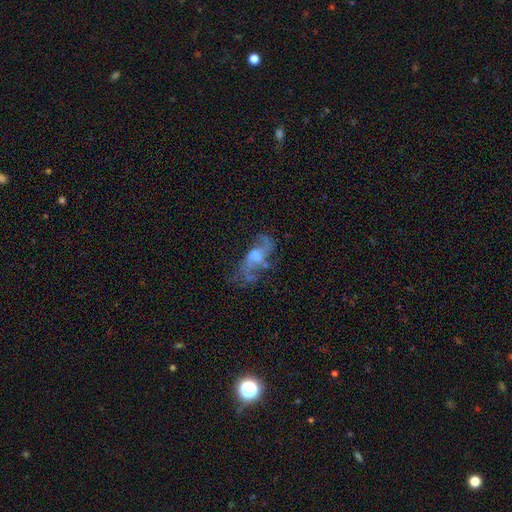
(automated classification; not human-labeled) The model was most divided on "bar": no: 47%, weak: 42%, strong: 10%. Remaining: edge-on disk — no (94%); spiral arms — yes (78%); smooth or featured — featured or disk (74%); spiral arm count — 2 (65%); spiral winding — loose (65%); merging — none (48%); bulge size — moderate (40%).